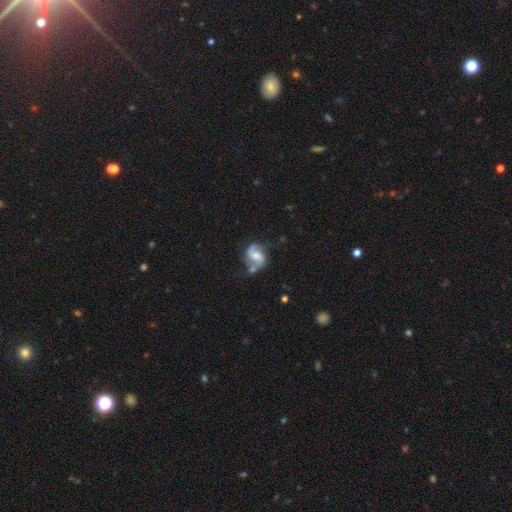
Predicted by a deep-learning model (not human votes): featured or disk 73%, smooth 20%, star or artifact 7%. Down the decision tree: edge-on disk — no (98%); bar — weak (44%); spiral arms — yes (92%); spiral arm count — 2 (88%); spiral winding — medium (44%); bulge size — moderate (55%); merging — none (52%).